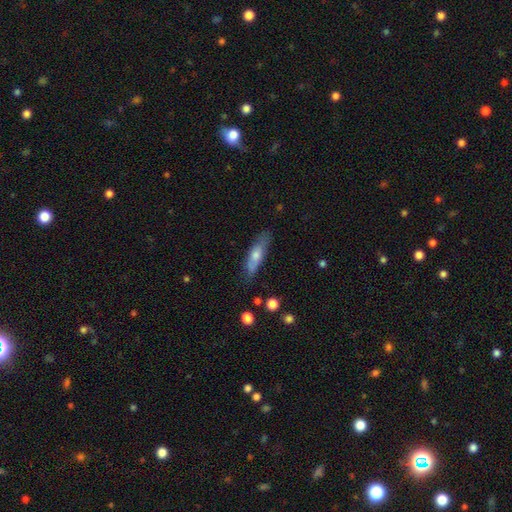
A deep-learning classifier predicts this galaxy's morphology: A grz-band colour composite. It shows a smooth galaxy with no disk features (55%) that is cigar-shaped (65%). Merging: none (76%).